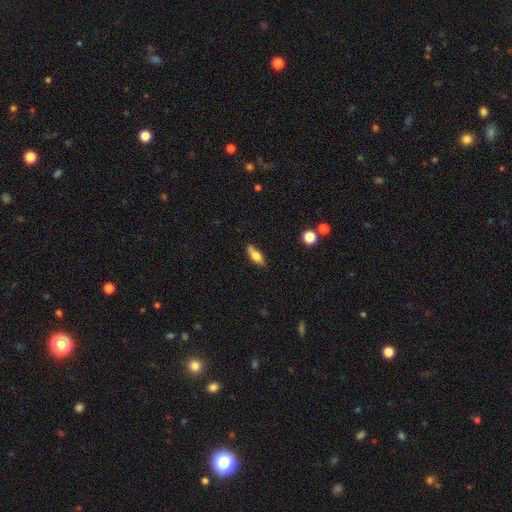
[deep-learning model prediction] Overall: smooth (68%). How rounded: in between (70%). Merging: none (77%).